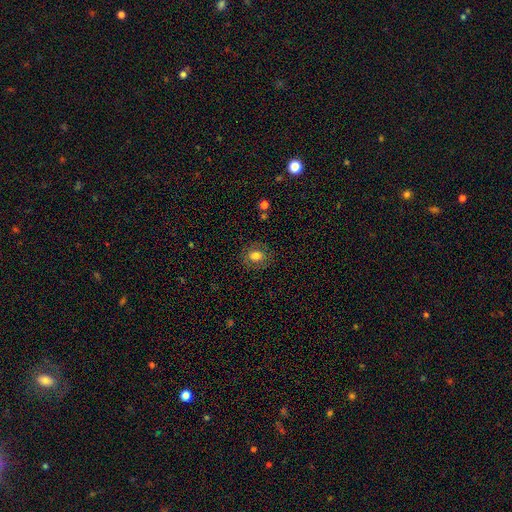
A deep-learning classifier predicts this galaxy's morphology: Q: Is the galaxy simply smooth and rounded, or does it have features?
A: smooth — 74%.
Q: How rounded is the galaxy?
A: round — 56%.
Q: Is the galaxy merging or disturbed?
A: none — 85%.